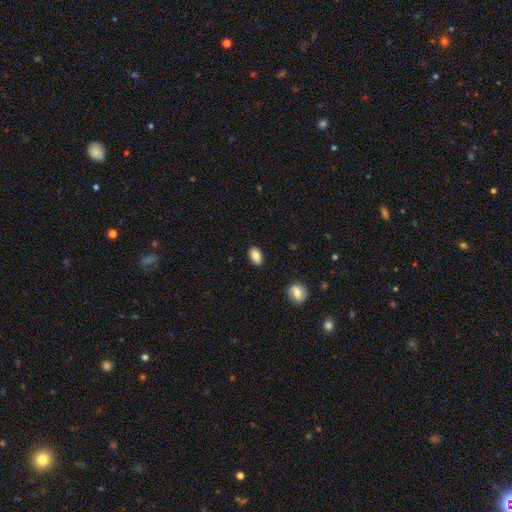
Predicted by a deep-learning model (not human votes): Smooth or featured? smooth (86%)
How rounded? in between (91%)
Merging? none (85%)